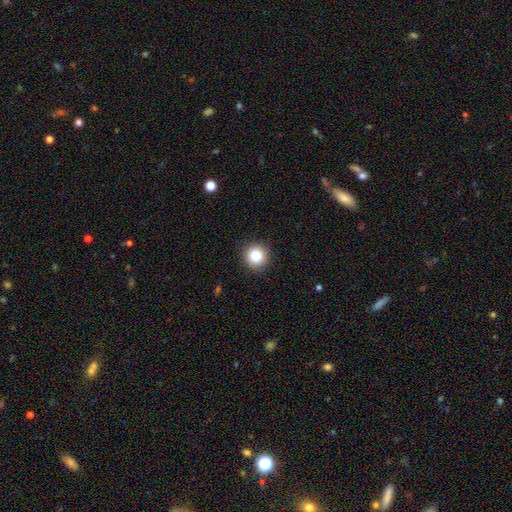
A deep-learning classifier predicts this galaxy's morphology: Q: Smooth or featured?
A: smooth (84%); runner-up: star or artifact (10%)
Q: How rounded?
A: round (93%); runner-up: in between (6%)
Q: Merging?
A: none (91%); runner-up: minor disturbance (6%)